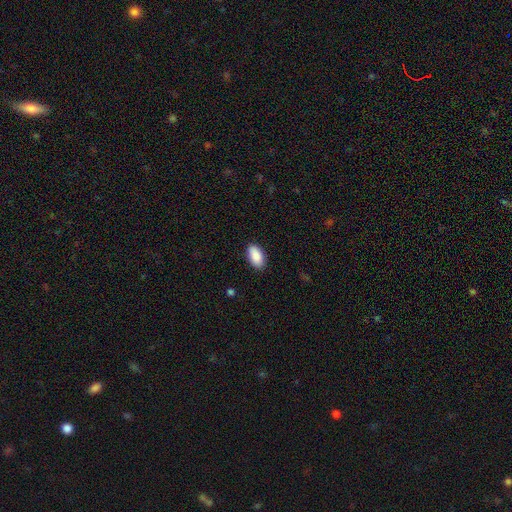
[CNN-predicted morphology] smooth-or-featured: smooth: 90% | star or artifact: 6% | featured or disk: 4%
  how-rounded: in between: 94% | cigar-shaped: 3% | round: 3%
  merging: none: 88% | minor disturbance: 9% | major disturbance: 2% | merger: 1%